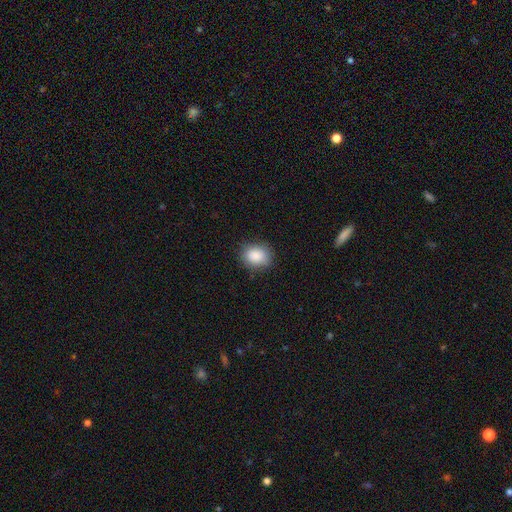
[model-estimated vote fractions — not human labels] Morphology: type=smooth (88%); roundness=round (52%); merging=none (83%).